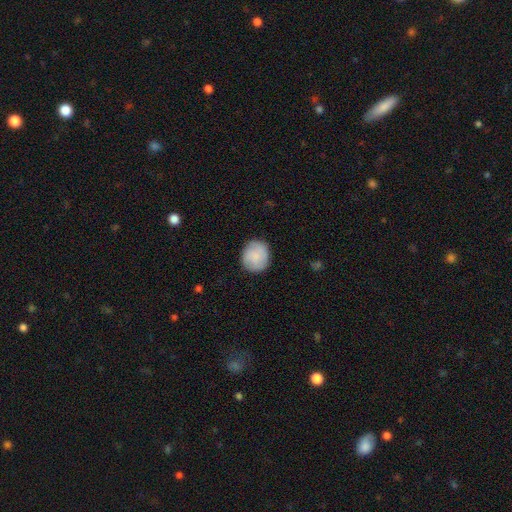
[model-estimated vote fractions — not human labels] The model was most divided on "smooth or featured": smooth: 77%, featured or disk: 17%, star or artifact: 7%. More confident: merging — none (85%); how rounded — round (84%).